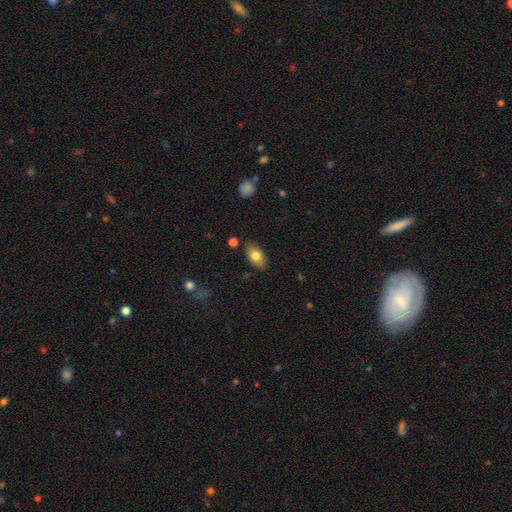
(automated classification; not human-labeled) Morphology: type=smooth (79%); roundness=in between (92%); merging=none (84%).